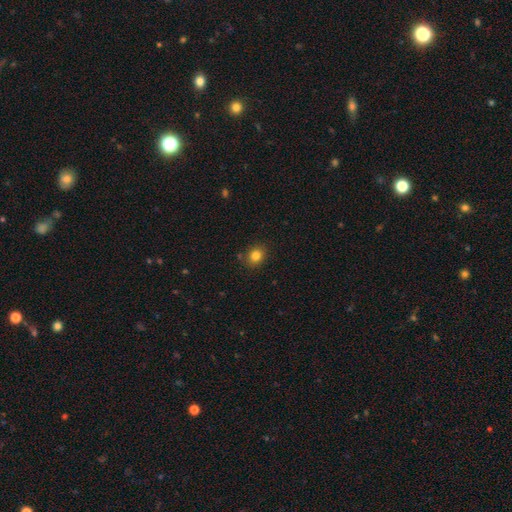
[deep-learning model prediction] Q: Smooth or featured?
A: smooth (82%); runner-up: star or artifact (12%)
Q: How rounded?
A: round (75%); runner-up: in between (24%)
Q: Merging?
A: none (85%); runner-up: minor disturbance (10%)